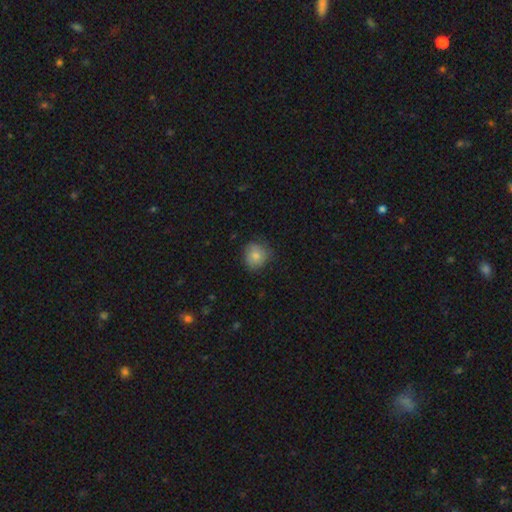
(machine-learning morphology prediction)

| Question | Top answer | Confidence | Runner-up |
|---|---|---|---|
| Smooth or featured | smooth | 81% | featured or disk (10%) |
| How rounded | round | 82% | in between (17%) |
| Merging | none | 73% | minor disturbance (21%) |